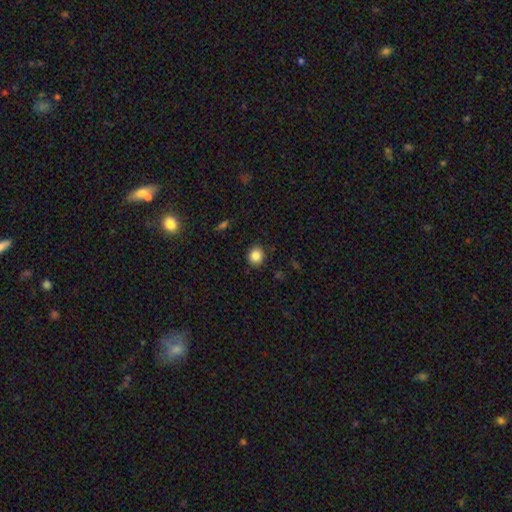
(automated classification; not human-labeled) smooth-or-featured: smooth: 85% | star or artifact: 10% | featured or disk: 5%
  how-rounded: round: 82% | in between: 17% | cigar-shaped: 1%
  merging: none: 90% | minor disturbance: 7% | major disturbance: 2% | merger: 1%